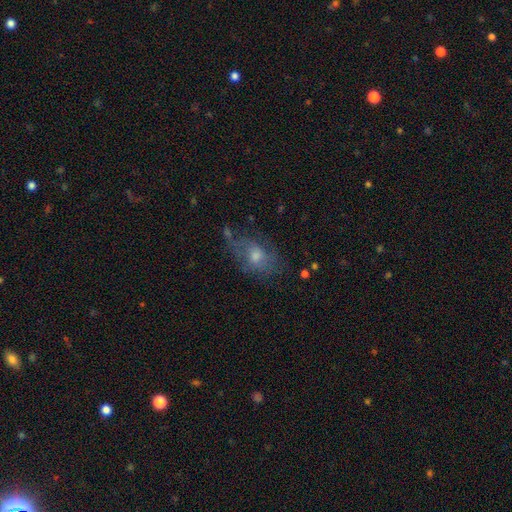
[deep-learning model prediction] A smooth galaxy with no disk features (44%). Merging: none (57%).